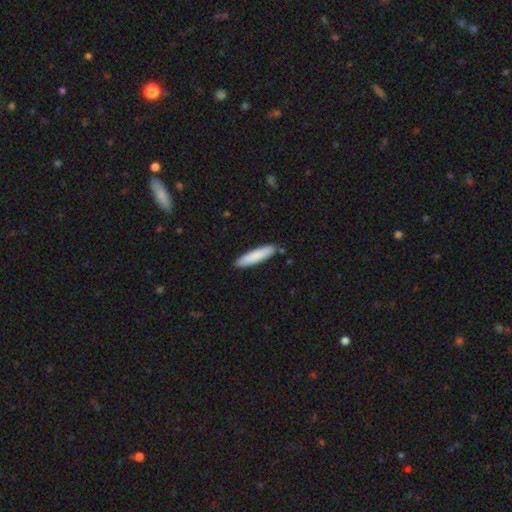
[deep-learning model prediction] Morphology: type=smooth (85%); roundness=cigar-shaped (84%); merging=none (88%).